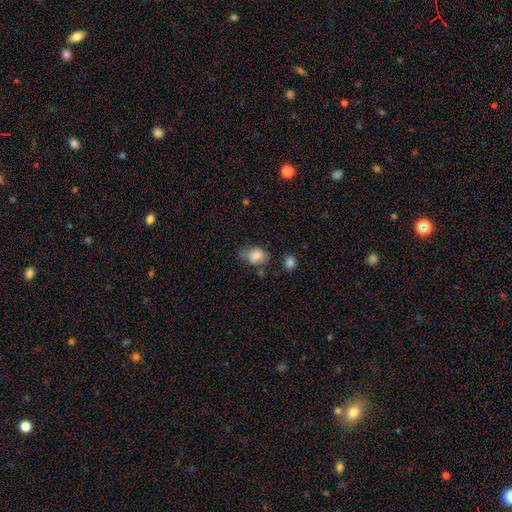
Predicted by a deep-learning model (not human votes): Smooth or featured? smooth (80%)
How rounded? in between (63%)
Merging? none (53%)